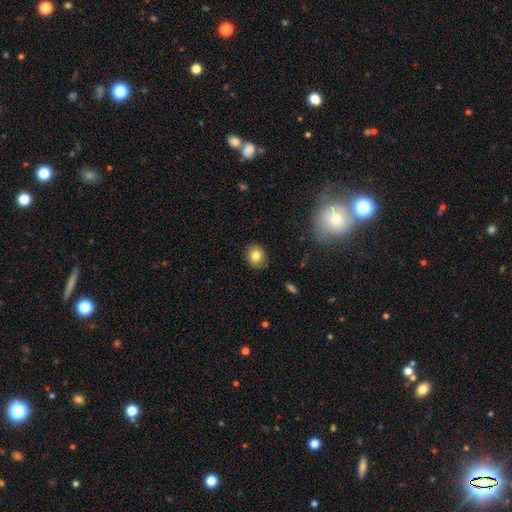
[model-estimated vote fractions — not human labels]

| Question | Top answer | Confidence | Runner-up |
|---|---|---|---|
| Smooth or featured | smooth | 81% | star or artifact (10%) |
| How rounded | round | 60% | in between (39%) |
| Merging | none | 88% | minor disturbance (9%) |